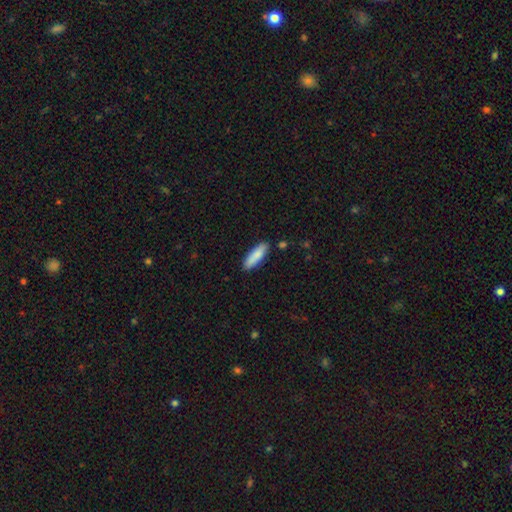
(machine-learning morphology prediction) This appears to be a smooth galaxy with no disk features (87%) that is cigar-shaped (56%). Merging: none (87%).